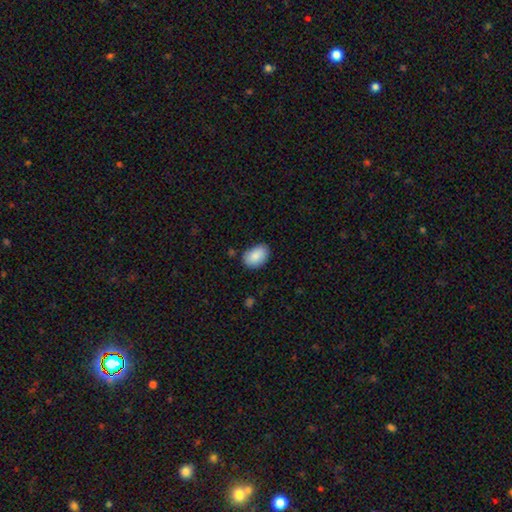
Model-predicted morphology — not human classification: Q: Smooth or featured?
A: smooth (89%); runner-up: star or artifact (6%)
Q: How rounded?
A: in between (89%); runner-up: round (10%)
Q: Merging?
A: none (76%); runner-up: minor disturbance (19%)